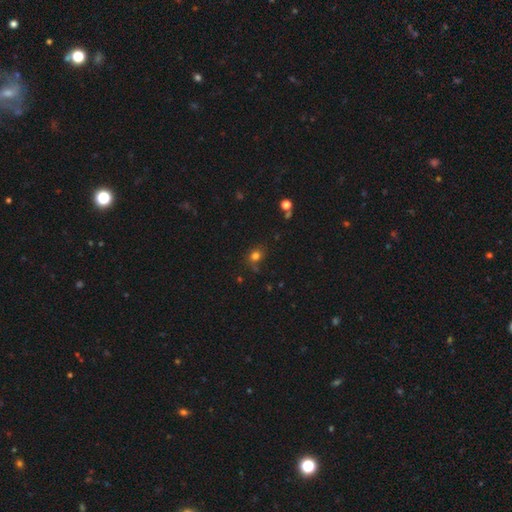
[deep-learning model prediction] Q: Smooth or featured?
A: smooth (77%); runner-up: star or artifact (16%)
Q: How rounded?
A: round (74%); runner-up: in between (25%)
Q: Merging?
A: none (73%); runner-up: minor disturbance (16%)